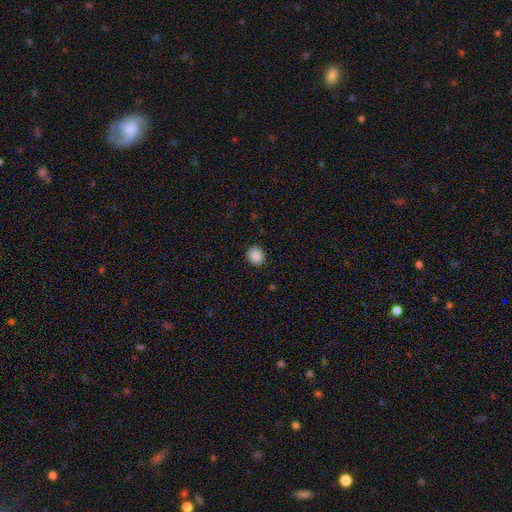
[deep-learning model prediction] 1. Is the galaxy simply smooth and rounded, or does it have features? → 88% smooth, 9% star or artifact, 3% featured or disk.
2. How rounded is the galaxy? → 84% round, 15% in between, 1% cigar-shaped.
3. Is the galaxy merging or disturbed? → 89% none, 8% minor disturbance, 2% major disturbance, 1% merger.